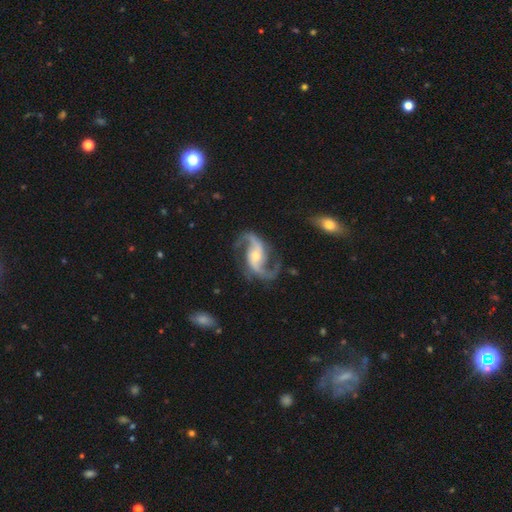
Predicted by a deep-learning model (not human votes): Morphology: type=featured or disk (93%); edge-on=no (97%); bar=no (41%); spiral arms=yes (98%); winding=loose (55%); arm count=2 (94%); bulge=moderate (54%); merging=none (77%).